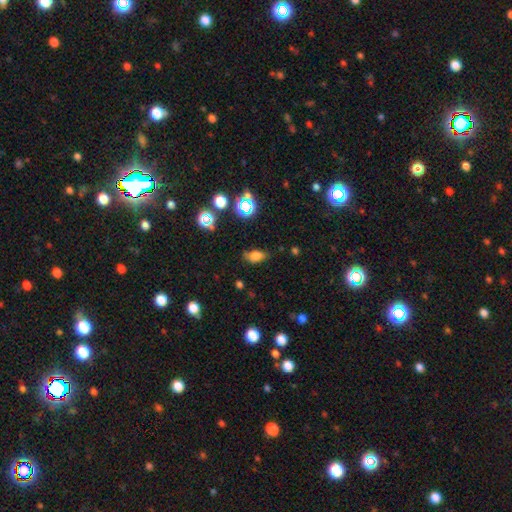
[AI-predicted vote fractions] This is likely a smooth galaxy (71%). How rounded: clearly in between (83%). Merging: likely none (72%).